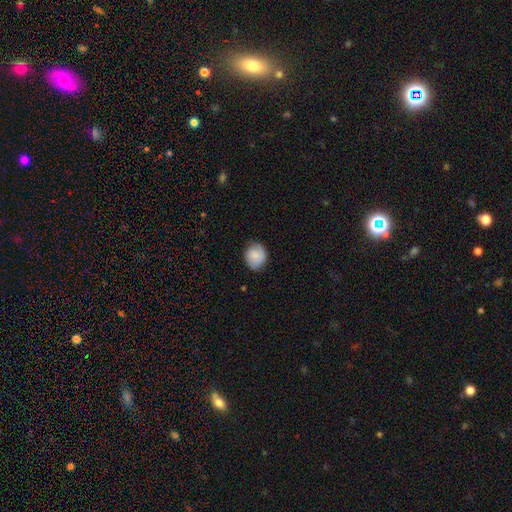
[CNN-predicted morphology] This appears to be a smooth galaxy with no disk features (79%) that is round (67%). Merging: none (77%).